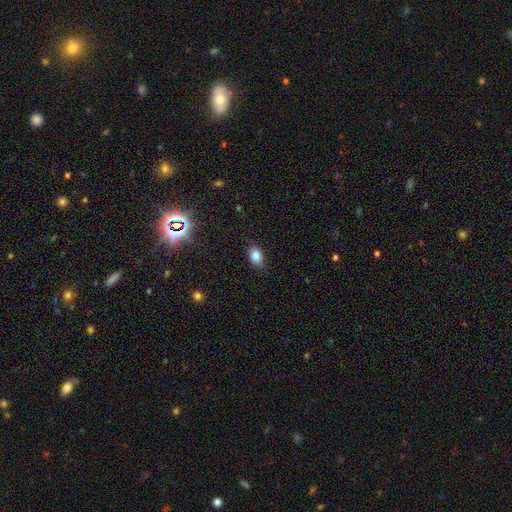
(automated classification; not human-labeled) Smooth or featured: smooth — 83% (star or artifact — 11%)
How rounded: in between — 80% (round — 18%)
Merging: none — 86% (minor disturbance — 11%)